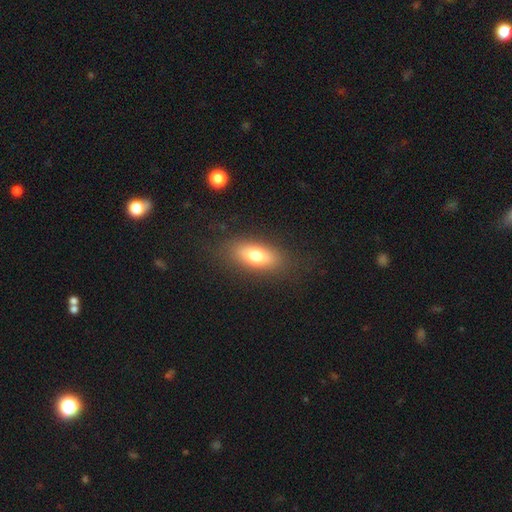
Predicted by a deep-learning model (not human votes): This appears to be a smooth galaxy with no disk features (72%) that is in between round and cigar-shaped (76%). Merging: none (84%).